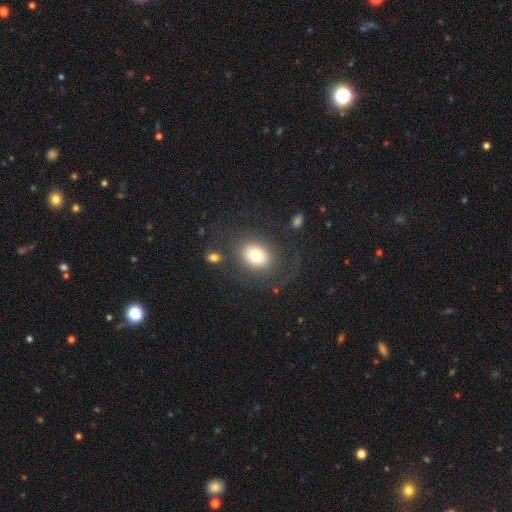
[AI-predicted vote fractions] The model was most divided on "how rounded": in between: 50%, round: 49%, cigar-shaped: 1%. More confident: smooth or featured — smooth (75%); merging — none (72%).